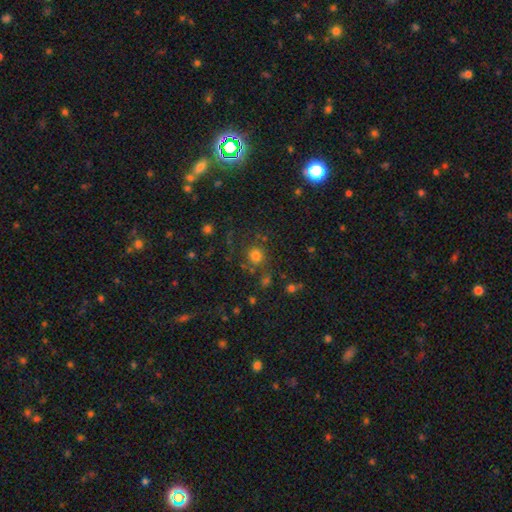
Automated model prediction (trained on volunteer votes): This appears to be a smooth galaxy with no disk features (73%) that is round (89%). Merging: none (75%).